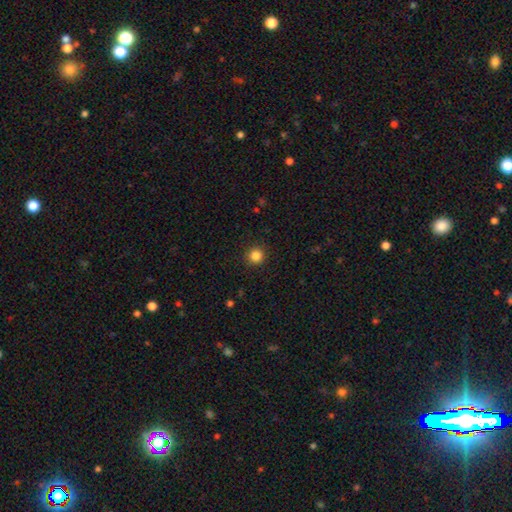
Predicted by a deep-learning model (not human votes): smooth-or-featured: smooth: 84% | star or artifact: 12% | featured or disk: 4%
  how-rounded: round: 94% | in between: 5% | cigar-shaped: 1%
  merging: none: 92% | minor disturbance: 5% | major disturbance: 2% | merger: 1%